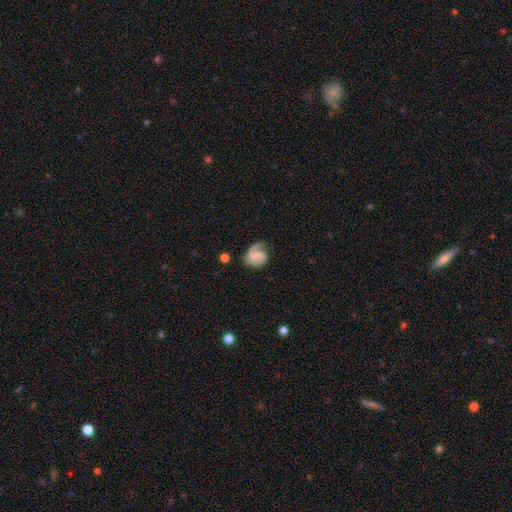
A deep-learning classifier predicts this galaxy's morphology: A featured or disk galaxy (64%) with a weak bar (43%), 1 (54%) medium (41%) spiral arms (91%) and no central bulge (51%).

Vote fractions:
- Smooth or featured? featured or disk: 64% / smooth: 29% / star or artifact: 7%
- Edge-on disk? no: 98% / yes: 2%
- Bar? weak: 43% / no: 41% / strong: 17%
- Spiral arms? yes: 91% / no: 9%
- Spiral winding? medium: 41% / tight: 33% / loose: 26%
- Spiral arm count? 1: 54% / 2: 38% / can't tell: 5% / 3: 1% / 4: 1% / more than 4: 1%
- Bulge size? none: 51% / small: 34% / moderate: 11% / large: 3% / dominant: 1%
- Merging? none: 52% / minor disturbance: 24% / major disturbance: 21% / merger: 2%